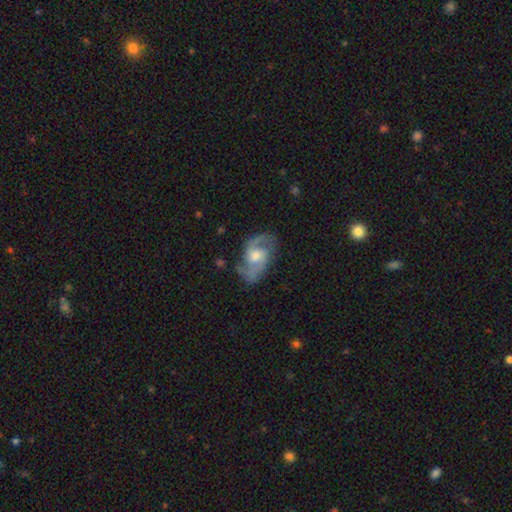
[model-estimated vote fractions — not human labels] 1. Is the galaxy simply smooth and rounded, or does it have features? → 87% featured or disk, 8% smooth, 5% star or artifact.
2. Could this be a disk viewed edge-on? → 97% no, 3% yes.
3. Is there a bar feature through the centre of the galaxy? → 50% no, 42% weak, 8% strong.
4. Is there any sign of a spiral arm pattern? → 96% yes, 4% no.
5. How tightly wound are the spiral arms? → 56% medium, 22% loose, 22% tight.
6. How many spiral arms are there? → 87% 2, 5% 3, 4% can't tell, 2% 1, 1% 4, 1% more than 4.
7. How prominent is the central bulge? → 66% moderate, 22% small, 9% large, 3% none, 1% dominant.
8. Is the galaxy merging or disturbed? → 75% none, 17% minor disturbance, 6% major disturbance, 2% merger.